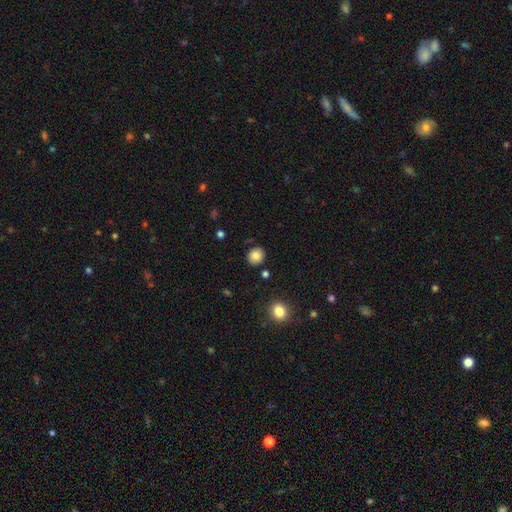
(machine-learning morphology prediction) Q: Smooth or featured?
A: smooth (83%); runner-up: star or artifact (10%)
Q: How rounded?
A: round (85%); runner-up: in between (14%)
Q: Merging?
A: none (88%); runner-up: minor disturbance (8%)